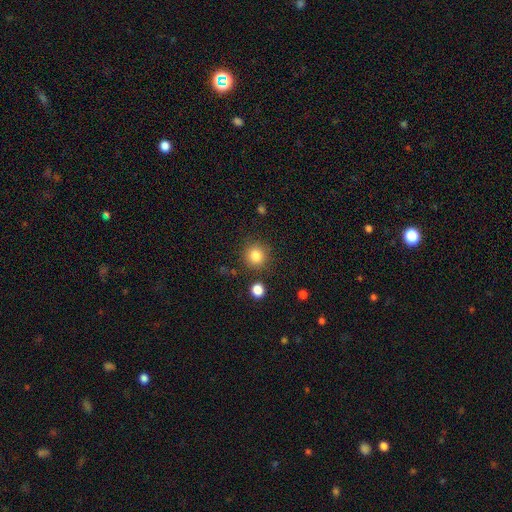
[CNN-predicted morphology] Smooth or featured? Predicted: smooth (p=0.83). How rounded? Predicted: round (p=0.93). Merging? Predicted: none (p=0.85).